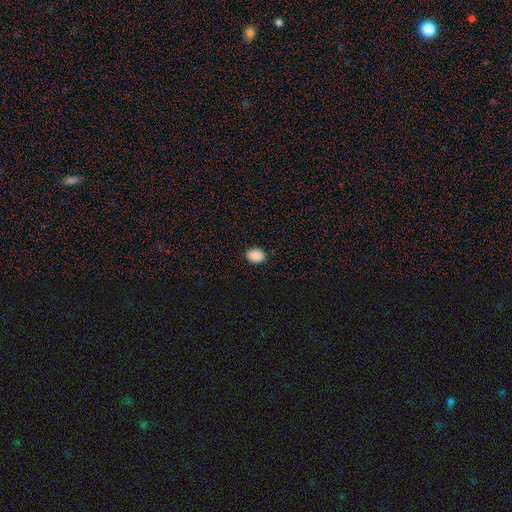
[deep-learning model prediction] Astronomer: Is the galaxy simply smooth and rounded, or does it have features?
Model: smooth — 89%.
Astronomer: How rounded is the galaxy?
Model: in between — 71%.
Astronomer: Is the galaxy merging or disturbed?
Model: none — 88%.